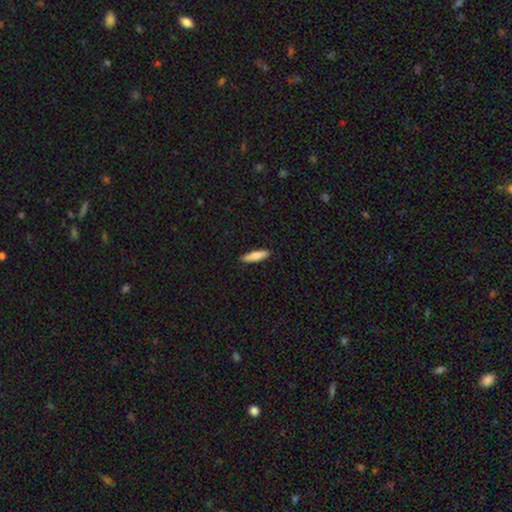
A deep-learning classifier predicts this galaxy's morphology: This is clearly a smooth galaxy (82%). How rounded: likely cigar-shaped (72%). Merging: clearly none (90%).